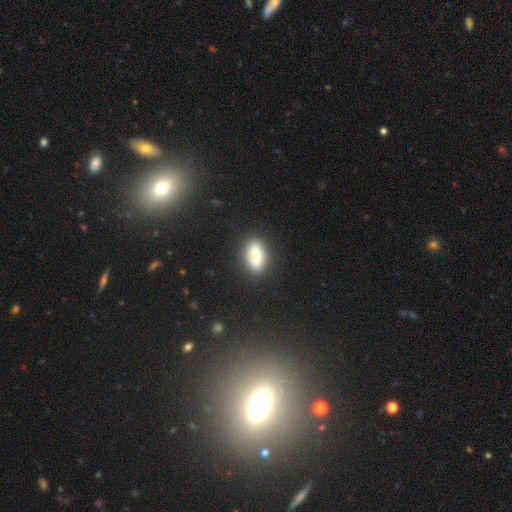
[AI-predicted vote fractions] The model was most divided on "merging": none: 84%, minor disturbance: 11%, major disturbance: 3%, merger: 2%. More confident: how rounded — in between (86%); smooth or featured — smooth (85%).